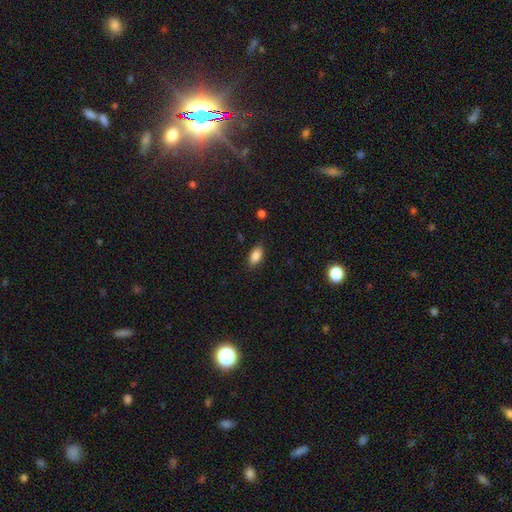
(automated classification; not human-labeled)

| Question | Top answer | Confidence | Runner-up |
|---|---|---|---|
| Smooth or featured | smooth | 86% | star or artifact (8%) |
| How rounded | in between | 90% | cigar-shaped (5%) |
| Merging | none | 85% | minor disturbance (11%) |